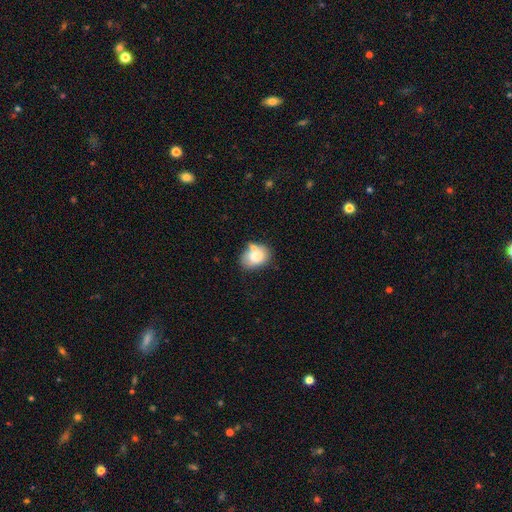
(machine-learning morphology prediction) This is likely a smooth galaxy (77%). How rounded: likely in between (70%). Merging: marginally none (45%).